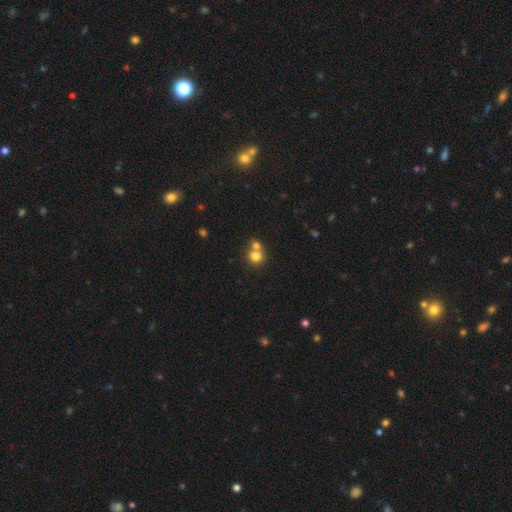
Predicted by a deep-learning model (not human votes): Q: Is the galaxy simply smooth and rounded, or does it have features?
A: smooth — 78%.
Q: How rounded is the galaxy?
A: round — 86%.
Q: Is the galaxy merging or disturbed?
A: merger — 51%.